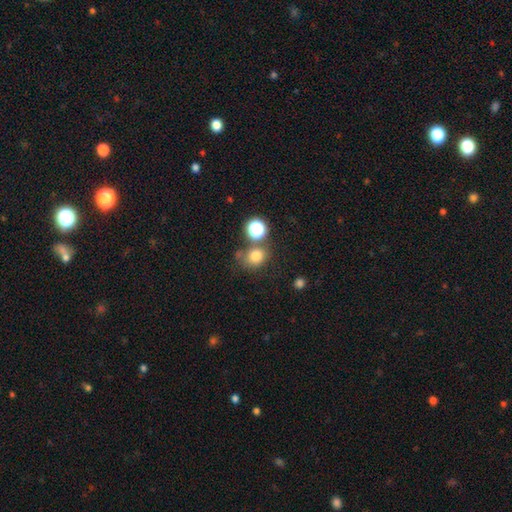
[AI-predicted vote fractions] The model was most divided on "how rounded": round: 72%, in between: 27%, cigar-shaped: 1%. More confident: smooth or featured — smooth (76%); merging — none (63%).